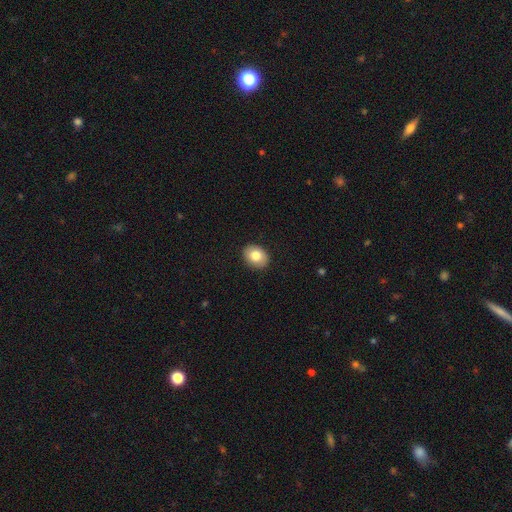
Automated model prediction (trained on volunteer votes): A smooth galaxy with no disk features (82%) that is in between round and cigar-shaped (57%). Merging: none (90%).